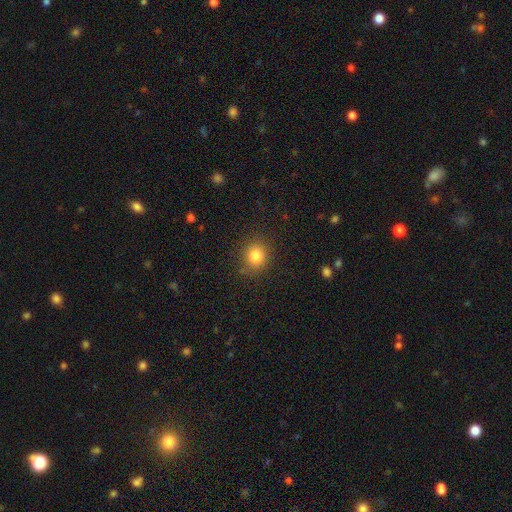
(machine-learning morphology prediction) This is clearly a smooth galaxy (82%). How rounded: clearly round (82%). Merging: clearly none (85%).